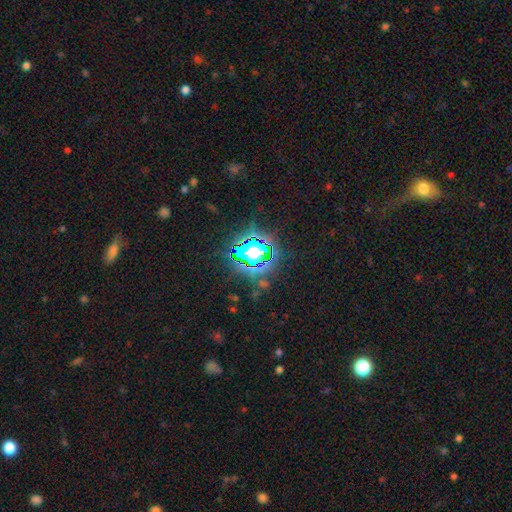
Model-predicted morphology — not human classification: Smooth or featured: star or artifact — 78% (smooth — 13%)